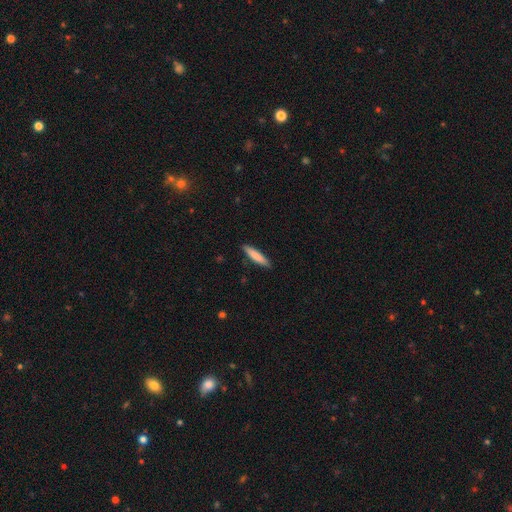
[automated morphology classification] Smooth or featured? smooth (80%)
How rounded? cigar-shaped (88%)
Merging? none (89%)